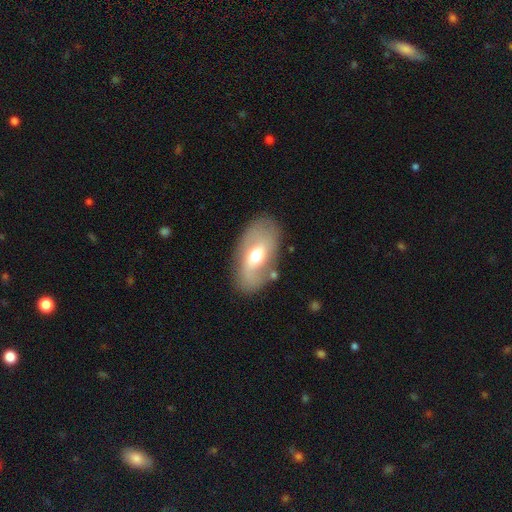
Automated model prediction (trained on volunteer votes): smooth_or_featured: featured or disk (p=0.51) [alt: smooth p=0.42]
disk_edge_on: no (p=0.88) [alt: yes p=0.12]
merging: none (p=0.77) [alt: minor disturbance p=0.14]